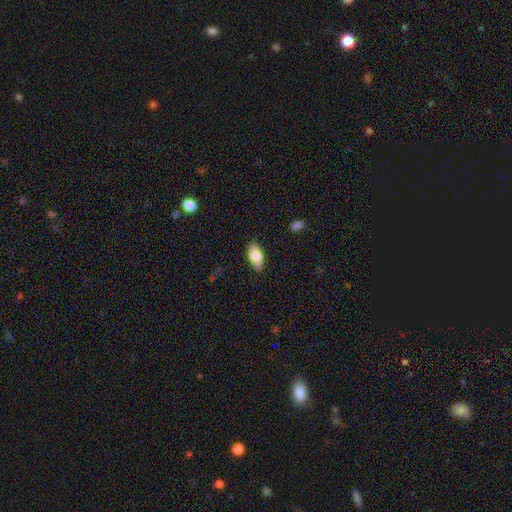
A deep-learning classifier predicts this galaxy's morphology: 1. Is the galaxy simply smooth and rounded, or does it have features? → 79% smooth, 14% featured or disk, 7% star or artifact.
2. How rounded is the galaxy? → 89% in between, 8% cigar-shaped, 3% round.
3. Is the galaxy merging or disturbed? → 83% none, 13% minor disturbance, 3% major disturbance, 1% merger.